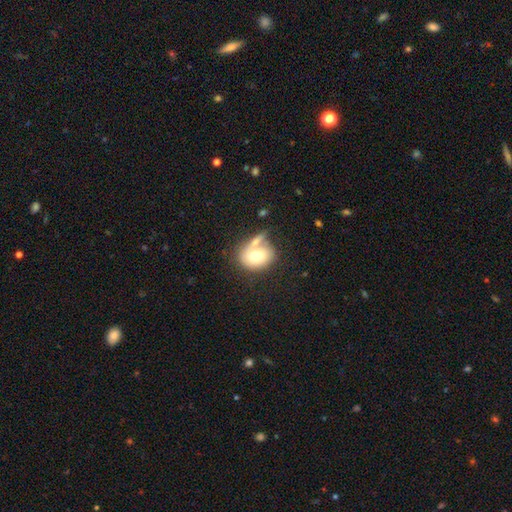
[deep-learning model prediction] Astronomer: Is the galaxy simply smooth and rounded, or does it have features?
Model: smooth — 69%.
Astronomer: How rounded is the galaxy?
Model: round — 51% (runner-up: in between, 48%).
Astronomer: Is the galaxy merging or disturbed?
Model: merger — 37%, tied with none at 37%.